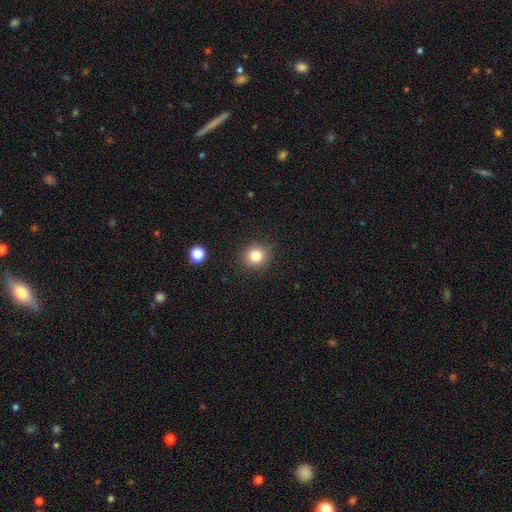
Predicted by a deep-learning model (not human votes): A smooth galaxy with no disk features (82%) that is round (89%).

Vote fractions:
- Smooth or featured? smooth: 82% / star or artifact: 12% / featured or disk: 6%
- How rounded? round: 89% / in between: 11% / cigar-shaped: 1%
- Merging? none: 85% / minor disturbance: 10% / major disturbance: 3% / merger: 2%